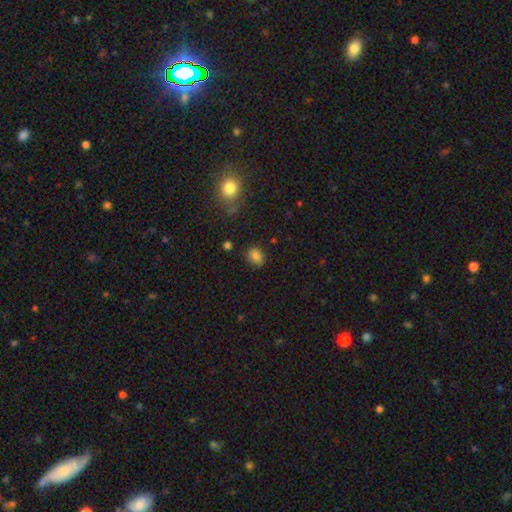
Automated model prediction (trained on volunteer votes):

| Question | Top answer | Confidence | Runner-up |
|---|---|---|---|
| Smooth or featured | smooth | 82% | star or artifact (12%) |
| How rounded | in between | 58% | round (41%) |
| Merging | none | 79% | minor disturbance (15%) |